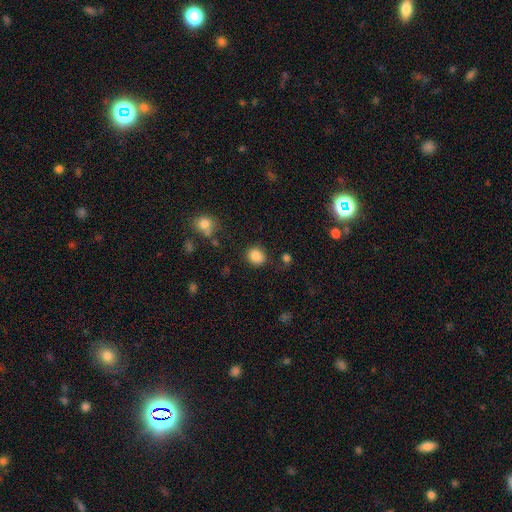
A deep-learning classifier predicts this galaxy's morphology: A smooth galaxy with no disk features (85%) that is round (76%). Merging: none (82%).